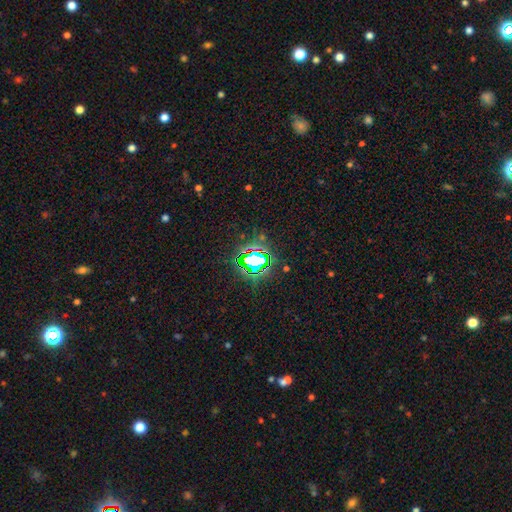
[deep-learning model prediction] Morphology: type=star or artifact (71%).